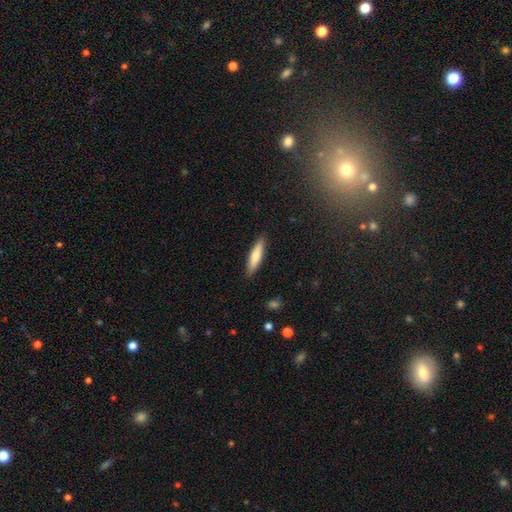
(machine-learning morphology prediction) smooth_or_featured: smooth (p=0.73) [alt: featured or disk p=0.22]
how_rounded: cigar-shaped (p=0.78) [alt: in between p=0.20]
merging: none (p=0.89) [alt: minor disturbance p=0.08]